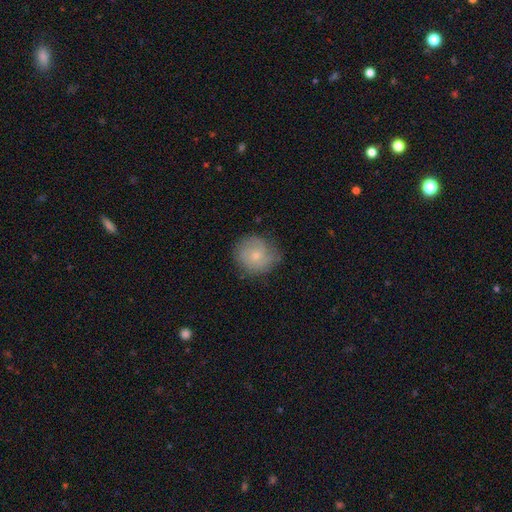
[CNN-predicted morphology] Smooth or featured? smooth (55%)
How rounded? round (88%)
Merging? none (74%)